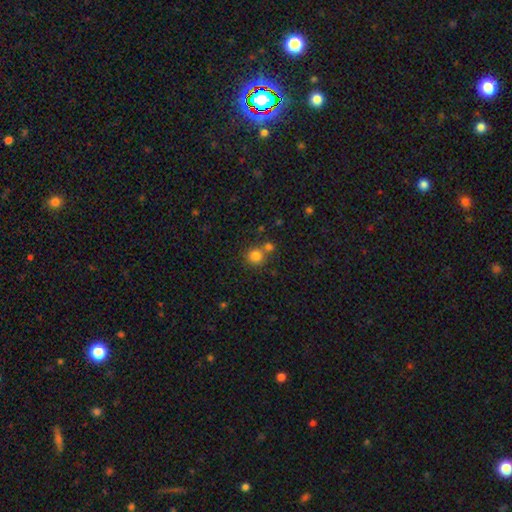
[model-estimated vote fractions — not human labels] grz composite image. It shows a smooth galaxy with no disk features (79%) that is round (88%). Merging: none (57%).